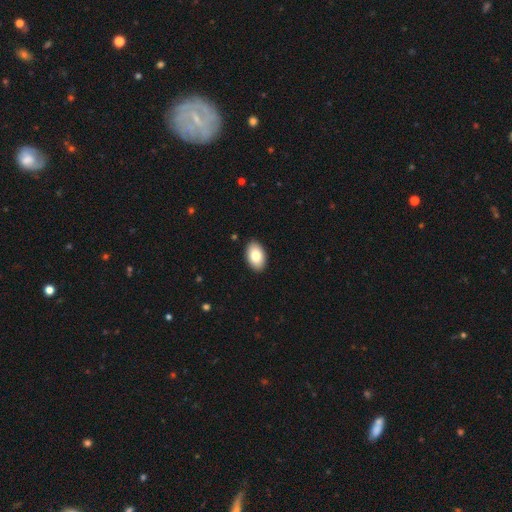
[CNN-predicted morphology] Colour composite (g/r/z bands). It shows a smooth galaxy with no disk features (83%) that is in between round and cigar-shaped (93%). Merging: none (90%).